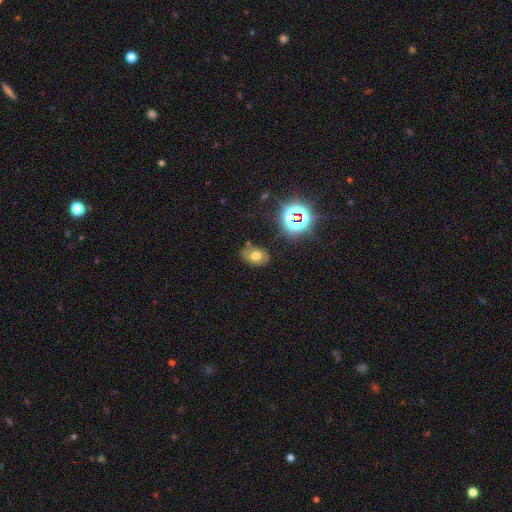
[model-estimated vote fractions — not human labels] smooth-or-featured: smooth: 61% | star or artifact: 20% | featured or disk: 19%
  how-rounded: in between: 79% | round: 20% | cigar-shaped: 1%
  merging: none: 79% | minor disturbance: 14% | major disturbance: 4% | merger: 3%